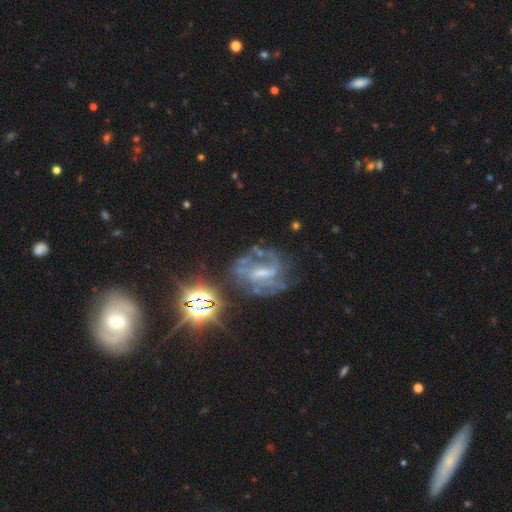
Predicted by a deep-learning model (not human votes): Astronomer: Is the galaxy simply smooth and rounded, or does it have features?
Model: featured or disk — 70%.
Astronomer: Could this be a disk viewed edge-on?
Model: no — 95%.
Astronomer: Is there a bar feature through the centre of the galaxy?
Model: weak — 42% (runner-up: strong, 37%).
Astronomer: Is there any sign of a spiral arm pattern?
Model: yes — 80%.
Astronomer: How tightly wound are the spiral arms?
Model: medium — 42% (runner-up: tight, 39%).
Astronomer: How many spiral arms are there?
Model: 2 — 40% (runner-up: can't tell, 35%).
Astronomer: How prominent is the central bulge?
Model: small — 53% (runner-up: moderate, 30%).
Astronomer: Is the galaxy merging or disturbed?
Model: none — 60%.